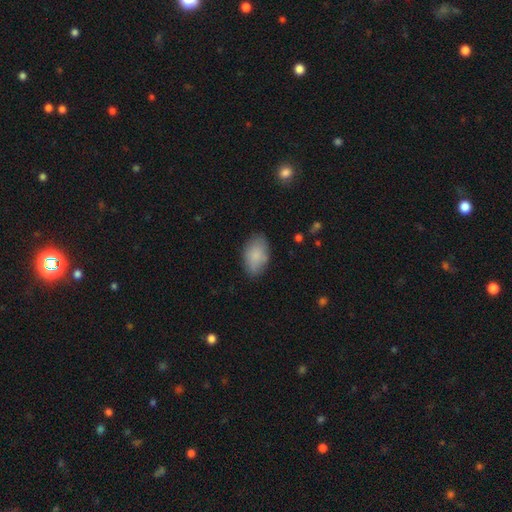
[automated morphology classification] type=smooth (85%); roundness=in between (92%); merging=none (76%).